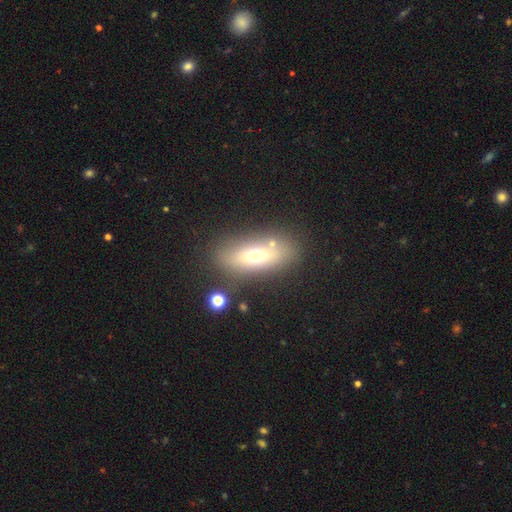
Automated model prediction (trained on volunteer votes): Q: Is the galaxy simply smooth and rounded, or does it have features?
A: smooth — 60%.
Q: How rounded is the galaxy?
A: in between — 73%.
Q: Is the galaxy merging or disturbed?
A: none — 72%.